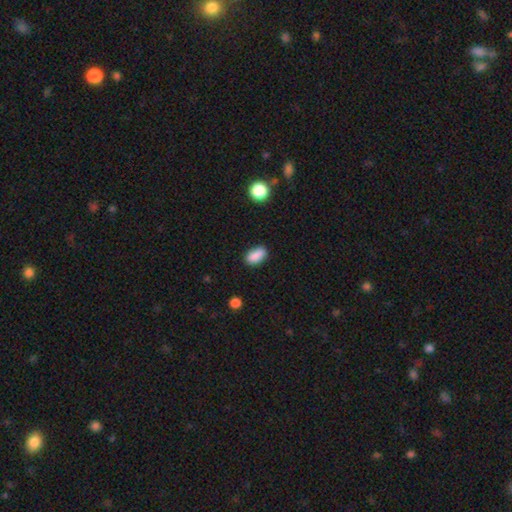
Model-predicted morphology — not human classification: Overall: smooth (88%). How rounded: in between (89%). Merging: none (84%).